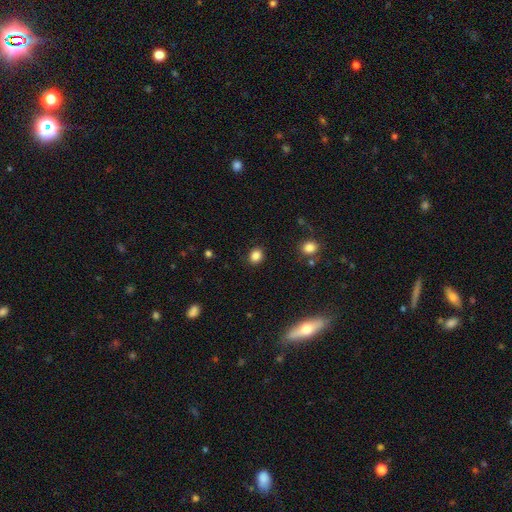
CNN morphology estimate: The model was most divided on "how rounded": round: 64%, in between: 35%, cigar-shaped: 1%. More confident: merging — none (89%); smooth or featured — smooth (85%).